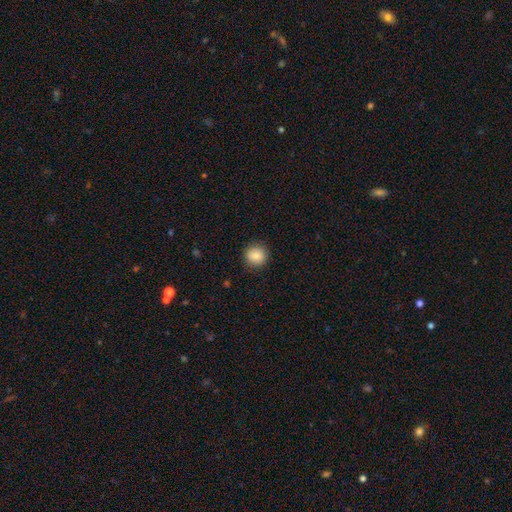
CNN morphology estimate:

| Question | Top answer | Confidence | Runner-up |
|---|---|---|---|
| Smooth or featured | smooth | 86% | star or artifact (9%) |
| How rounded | round | 91% | in between (8%) |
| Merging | none | 89% | minor disturbance (8%) |